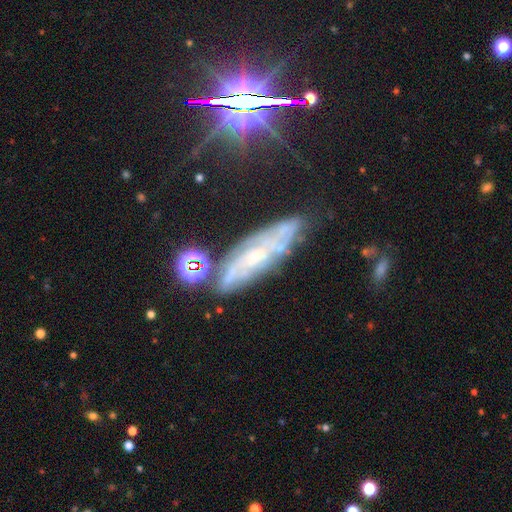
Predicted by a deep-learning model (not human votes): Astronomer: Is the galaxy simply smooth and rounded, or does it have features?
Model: featured or disk — 69%.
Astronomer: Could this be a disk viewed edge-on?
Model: no — 74%.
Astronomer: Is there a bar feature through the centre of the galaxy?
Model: no — 65%.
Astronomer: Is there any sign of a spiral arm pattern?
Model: yes — 85%.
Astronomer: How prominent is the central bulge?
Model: small — 72%.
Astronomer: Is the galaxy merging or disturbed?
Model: none — 69%.